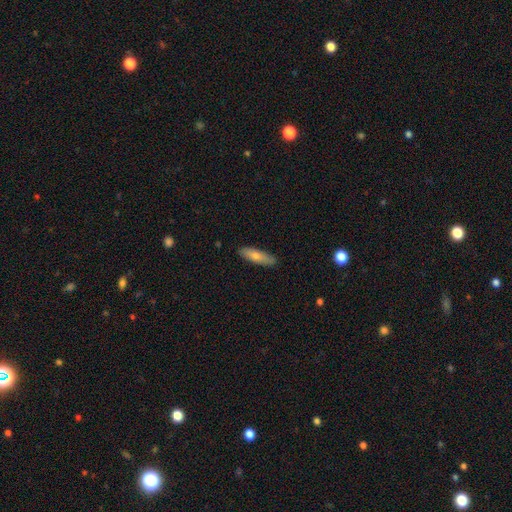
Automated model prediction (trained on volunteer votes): Morphology: type=smooth (67%); roundness=cigar-shaped (65%); merging=none (88%).